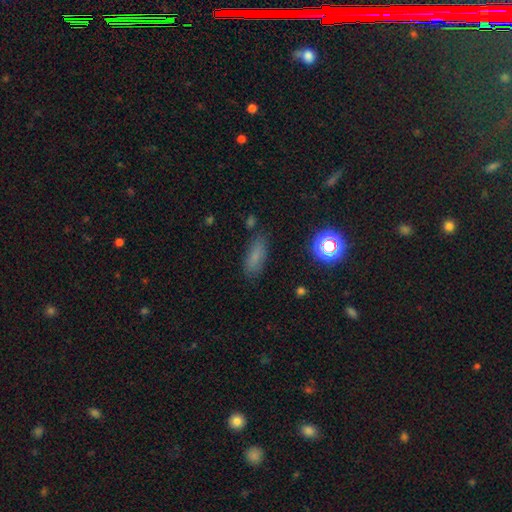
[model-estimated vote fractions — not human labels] Q: Smooth or featured?
A: smooth (71%); runner-up: star or artifact (18%)
Q: How rounded?
A: in between (59%); runner-up: cigar-shaped (36%)
Q: Merging?
A: none (77%); runner-up: minor disturbance (15%)